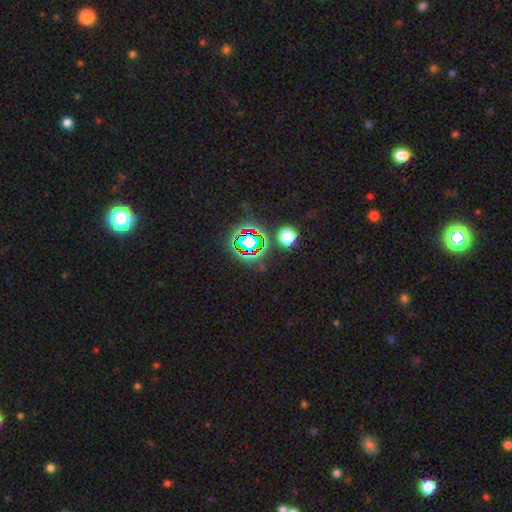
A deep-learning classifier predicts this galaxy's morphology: Smooth or featured? star or artifact (77%)